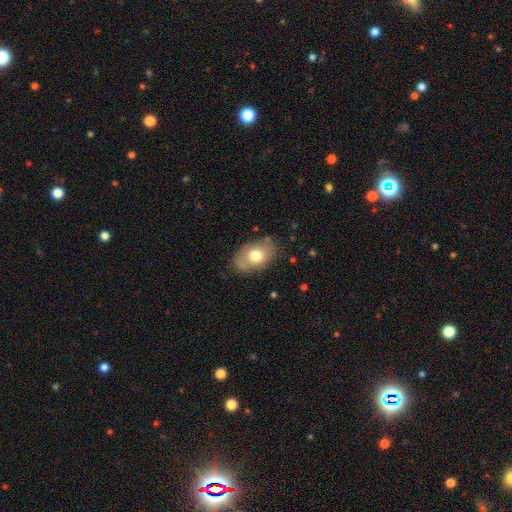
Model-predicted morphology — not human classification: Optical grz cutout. It shows a smooth galaxy with no disk features (71%) that is in between round and cigar-shaped (85%). Merging: none (74%).